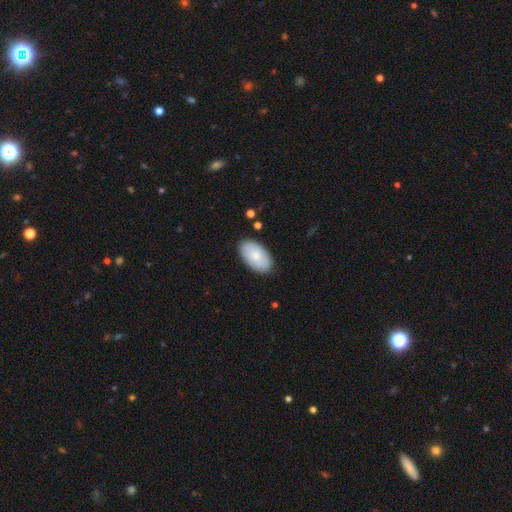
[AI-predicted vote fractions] This is likely a smooth galaxy (80%). How rounded: clearly in between (95%). Merging: clearly none (87%).